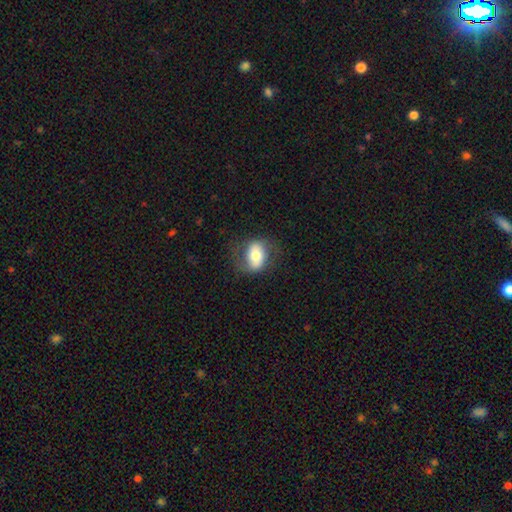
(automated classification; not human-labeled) Q: Smooth or featured?
A: smooth (56%); runner-up: featured or disk (37%)
Q: How rounded?
A: in between (73%); runner-up: round (25%)
Q: Merging?
A: none (68%); runner-up: minor disturbance (20%)